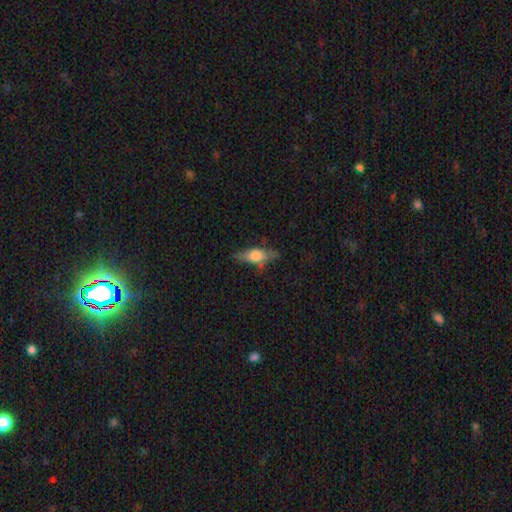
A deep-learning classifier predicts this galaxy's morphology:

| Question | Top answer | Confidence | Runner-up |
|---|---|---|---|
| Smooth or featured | smooth | 54% | featured or disk (38%) |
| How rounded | in between | 58% | cigar-shaped (37%) |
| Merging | none | 64% | minor disturbance (25%) |